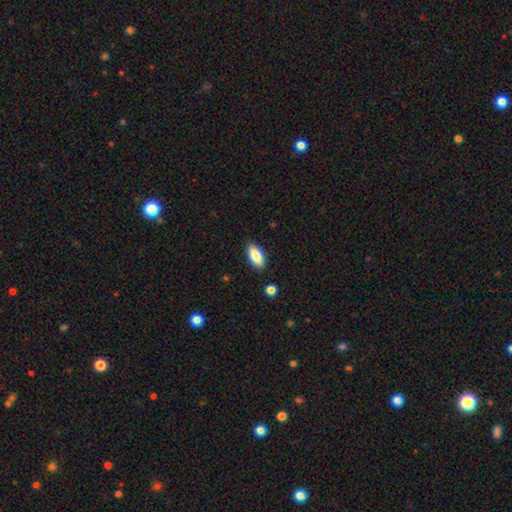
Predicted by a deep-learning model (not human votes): This appears to be a smooth galaxy with no disk features (86%) that is in between round and cigar-shaped (86%). Merging: none (88%).